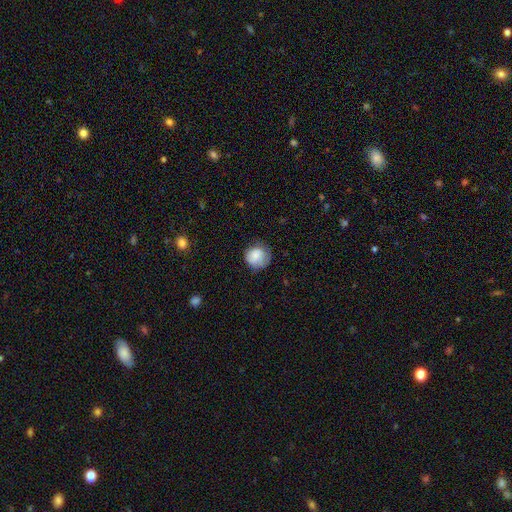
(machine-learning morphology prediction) Smooth or featured?
  - smooth: 79% *
  - featured or disk: 13%
  - star or artifact: 8%
How rounded?
  - round: 87% *
  - in between: 12%
  - cigar-shaped: 1%
Merging?
  - none: 65% *
  - minor disturbance: 25%
  - major disturbance: 8%
  - merger: 1%